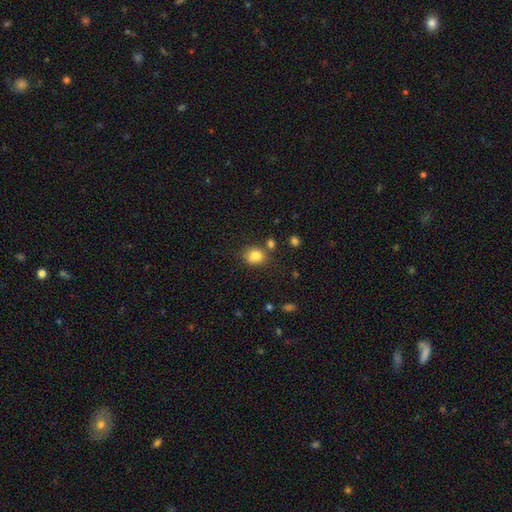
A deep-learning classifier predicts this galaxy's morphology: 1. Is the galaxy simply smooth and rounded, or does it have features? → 83% smooth, 10% star or artifact, 7% featured or disk.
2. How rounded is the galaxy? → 59% round, 40% in between, 1% cigar-shaped.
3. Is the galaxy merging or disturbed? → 70% none, 15% minor disturbance, 11% merger, 4% major disturbance.